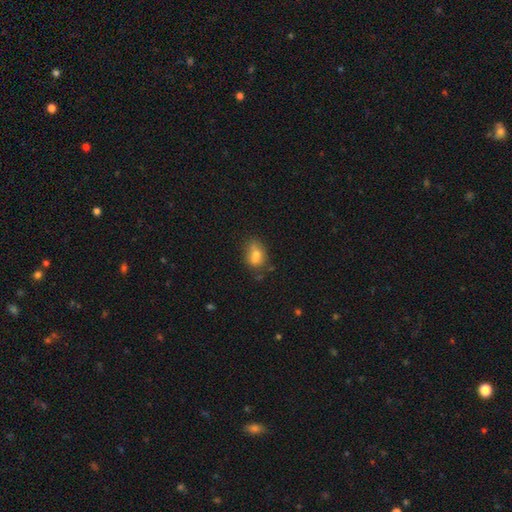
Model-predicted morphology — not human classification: Smooth or featured? smooth (70%)
How rounded? in between (74%)
Merging? none (43%)